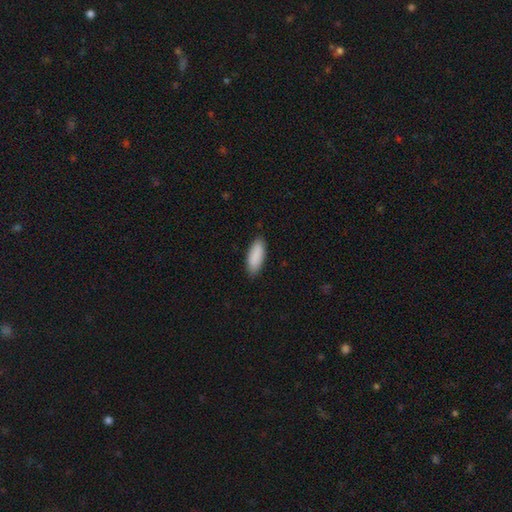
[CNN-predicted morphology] smooth_or_featured: smooth (p=0.90) [alt: star or artifact p=0.05]
how_rounded: in between (p=0.76) [alt: cigar-shaped p=0.22]
merging: none (p=0.86) [alt: minor disturbance p=0.11]